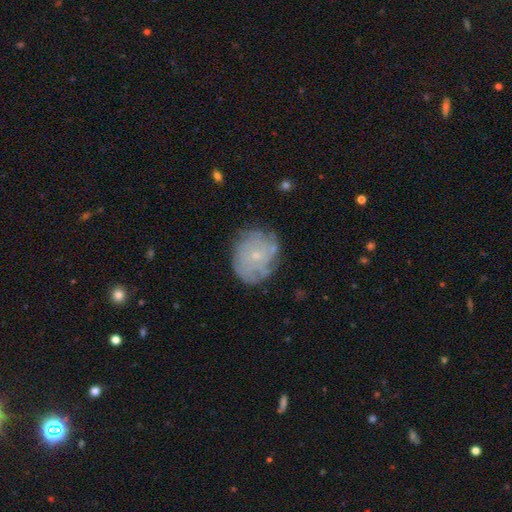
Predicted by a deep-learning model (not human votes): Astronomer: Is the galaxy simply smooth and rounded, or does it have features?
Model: featured or disk — 58%.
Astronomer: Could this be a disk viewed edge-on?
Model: no — 97%.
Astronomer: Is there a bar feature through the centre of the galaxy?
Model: no — 84%.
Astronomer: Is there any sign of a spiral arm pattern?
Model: yes — 70%.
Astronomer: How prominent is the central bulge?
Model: small — 79%.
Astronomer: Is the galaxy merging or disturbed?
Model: none — 73%.